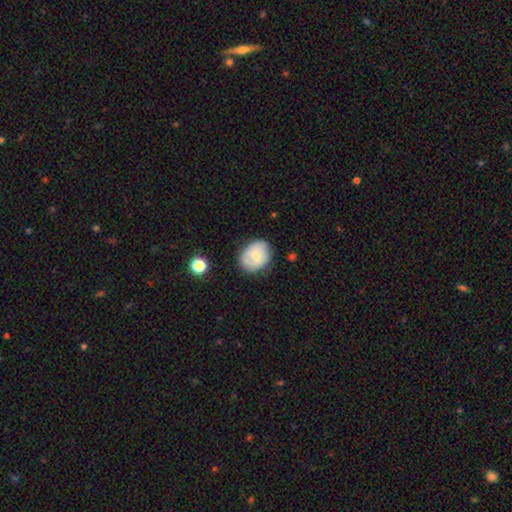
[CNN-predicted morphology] type=smooth (57%); roundness=in between (56%); merging=none (72%).